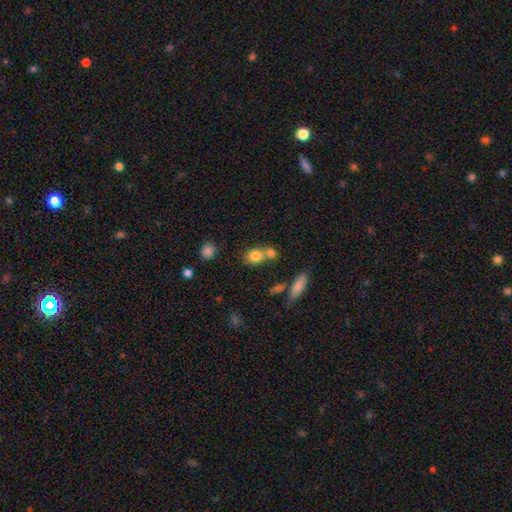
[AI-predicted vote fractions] smooth_or_featured: smooth (p=0.80) [alt: star or artifact p=0.10]
how_rounded: round (p=0.54) [alt: in between p=0.43]
merging: none (p=0.45) [alt: merger p=0.41]